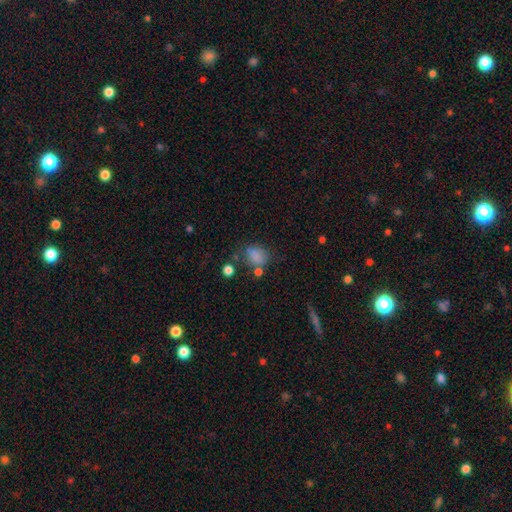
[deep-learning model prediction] Smooth or featured? Predicted: smooth (p=0.78). How rounded? Predicted: in between (p=0.62). Merging? Predicted: none (p=0.56).